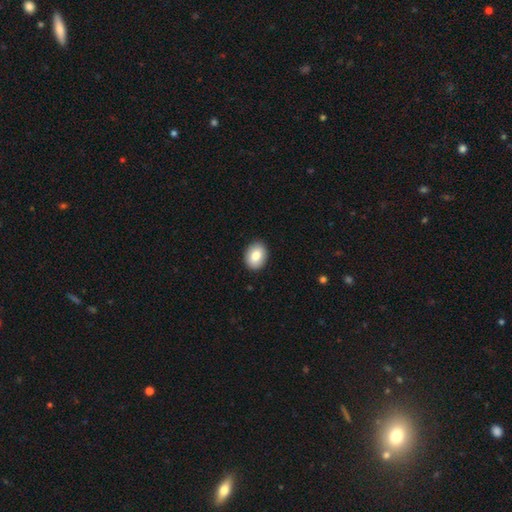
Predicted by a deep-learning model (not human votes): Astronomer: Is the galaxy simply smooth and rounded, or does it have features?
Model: smooth — 83%.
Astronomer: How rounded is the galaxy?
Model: in between — 65%.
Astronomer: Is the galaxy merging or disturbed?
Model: none — 90%.